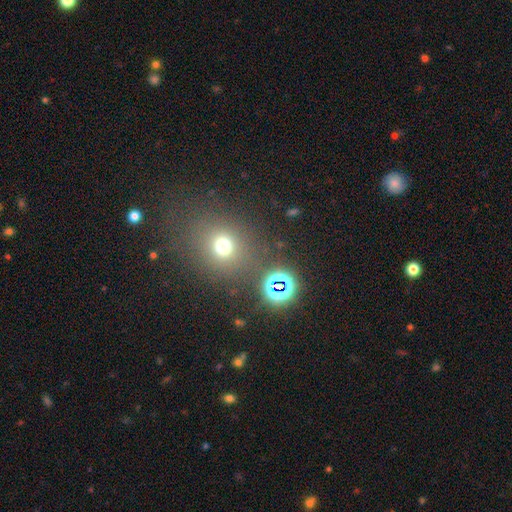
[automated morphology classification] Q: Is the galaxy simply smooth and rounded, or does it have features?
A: smooth — 48%.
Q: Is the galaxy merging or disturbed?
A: none — 79%.